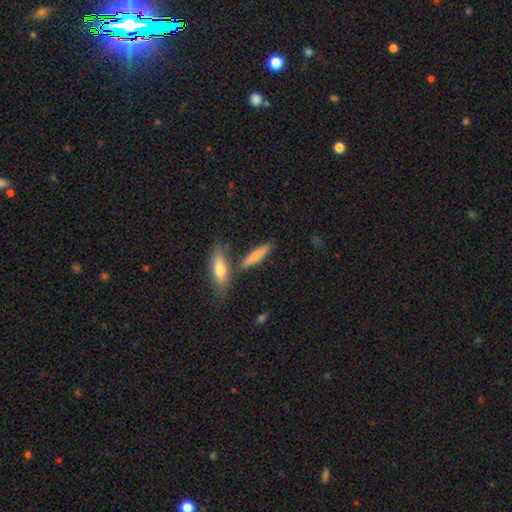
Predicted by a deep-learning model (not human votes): This appears to be a smooth galaxy with no disk features (72%) that is cigar-shaped (76%). Merging: none (66%).